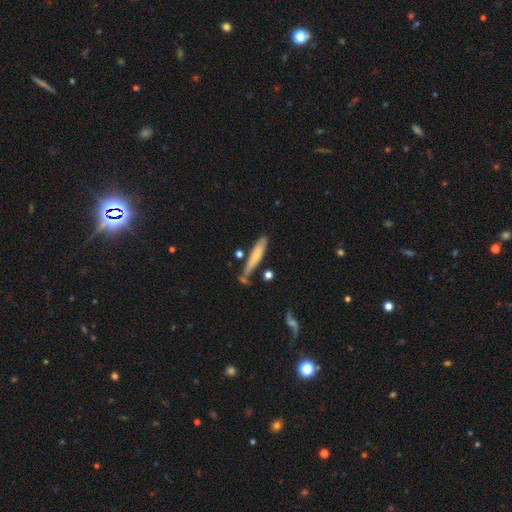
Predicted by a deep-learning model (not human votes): Morphology: type=smooth (64%); roundness=cigar-shaped (88%); merging=none (64%).